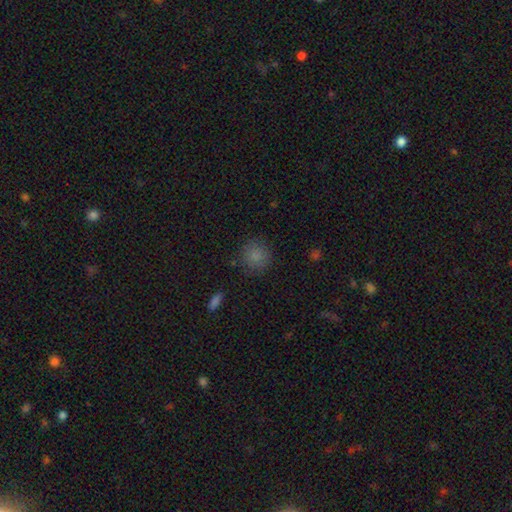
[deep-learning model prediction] Overall: smooth (83%). How rounded: round (90%). Merging: none (84%).